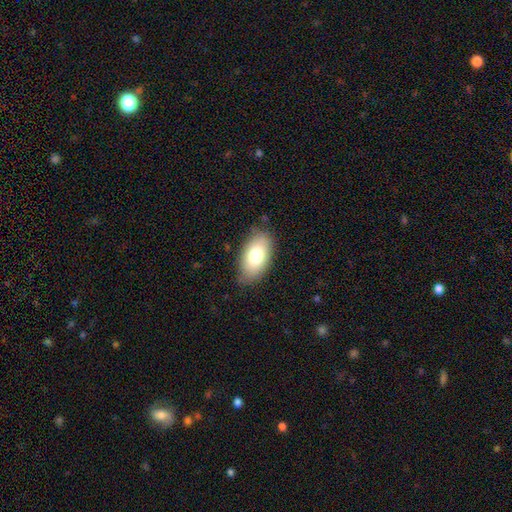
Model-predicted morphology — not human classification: Overall: smooth (77%). How rounded: in between (93%). Merging: none (81%).